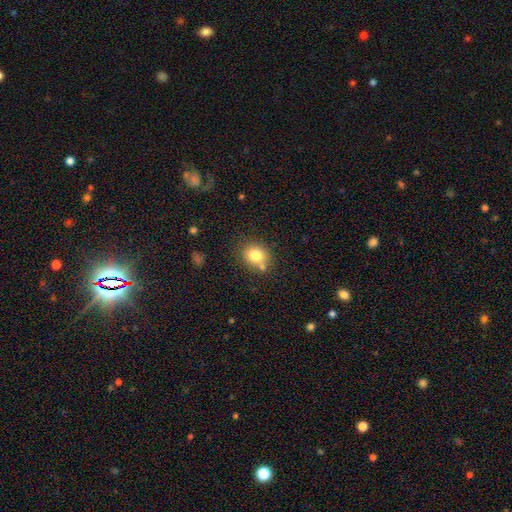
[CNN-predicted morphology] smooth-or-featured: smooth: 79% | star or artifact: 11% | featured or disk: 11%
  how-rounded: round: 71% | in between: 28% | cigar-shaped: 1%
  merging: none: 66% | merger: 17% | minor disturbance: 13% | major disturbance: 4%